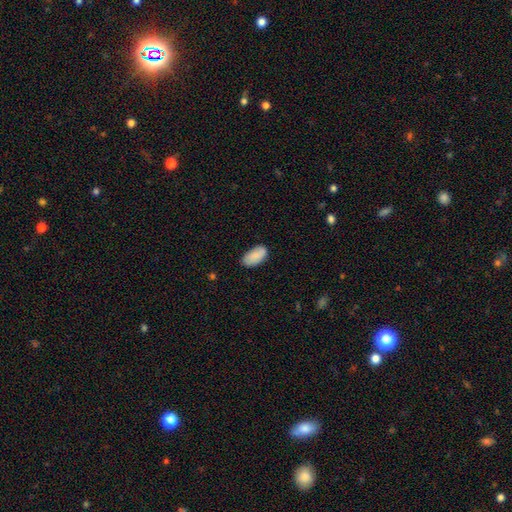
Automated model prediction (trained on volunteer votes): A smooth galaxy with no disk features (87%) that is in between round and cigar-shaped (94%). Merging: none (80%).